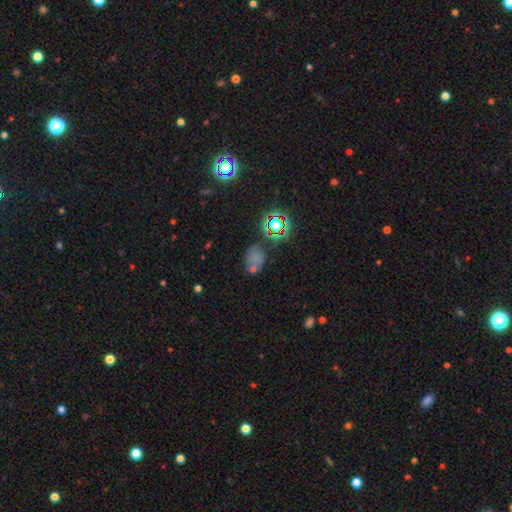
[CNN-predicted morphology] smooth 58%, star or artifact 30%, featured or disk 12%. Down the decision tree: how rounded — in between (60%); merging — none (51%).